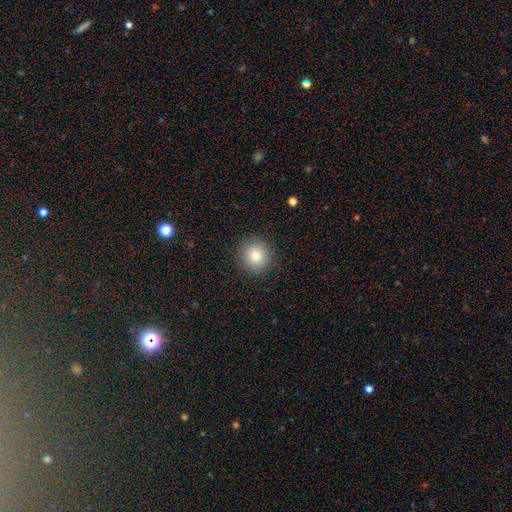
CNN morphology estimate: type=smooth (84%); roundness=round (90%); merging=none (90%).